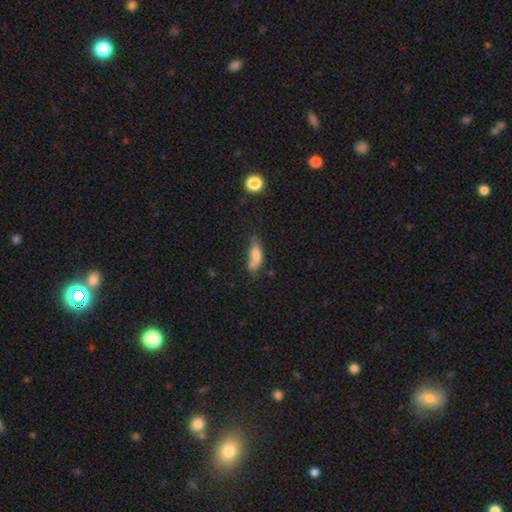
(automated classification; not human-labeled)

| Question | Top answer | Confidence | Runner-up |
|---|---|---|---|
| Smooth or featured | smooth | 73% | featured or disk (17%) |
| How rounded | in between | 61% | cigar-shaped (36%) |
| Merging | none | 44% | minor disturbance (33%) |